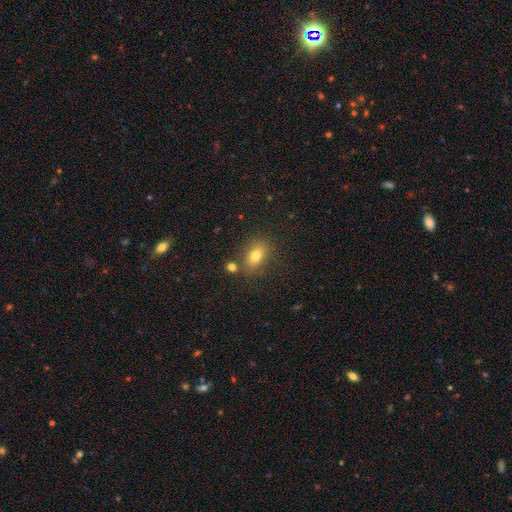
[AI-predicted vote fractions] Morphology: type=smooth (76%); roundness=in between (77%); merging=none (74%).